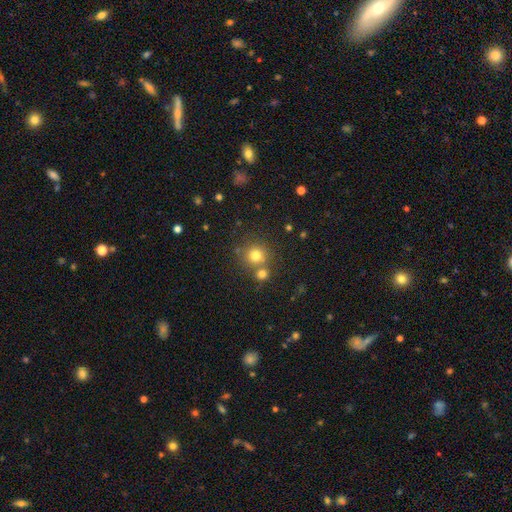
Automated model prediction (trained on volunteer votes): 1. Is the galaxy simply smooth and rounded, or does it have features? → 76% smooth, 14% star or artifact, 10% featured or disk.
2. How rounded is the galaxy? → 90% round, 9% in between, 1% cigar-shaped.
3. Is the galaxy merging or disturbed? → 64% none, 25% merger, 8% minor disturbance, 3% major disturbance.